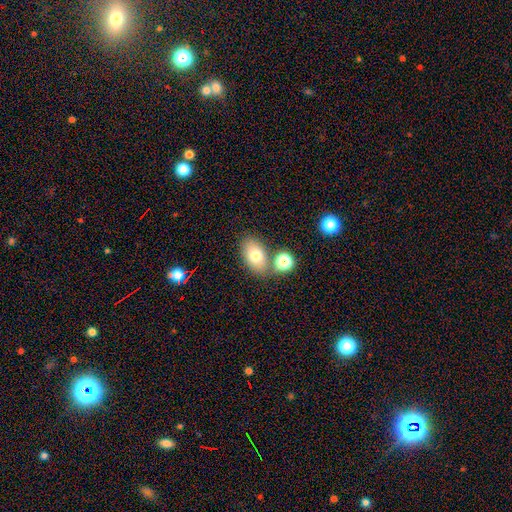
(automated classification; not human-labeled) Overall: smooth (74%). How rounded: in between (87%). Merging: none (72%).